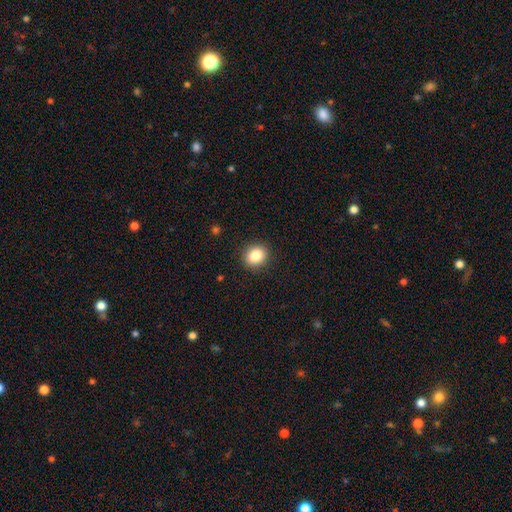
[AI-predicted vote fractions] Smooth or featured? smooth (84%)
How rounded? round (70%)
Merging? none (90%)